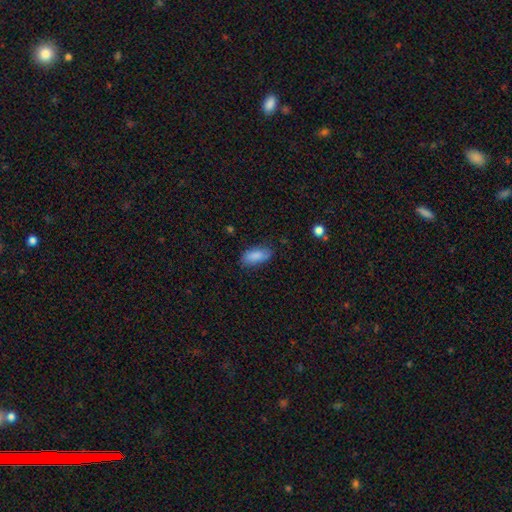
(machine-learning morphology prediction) The model was most divided on "merging": none: 76%, minor disturbance: 18%, major disturbance: 4%, merger: 1%. More confident: how rounded — in between (88%); smooth or featured — smooth (86%).